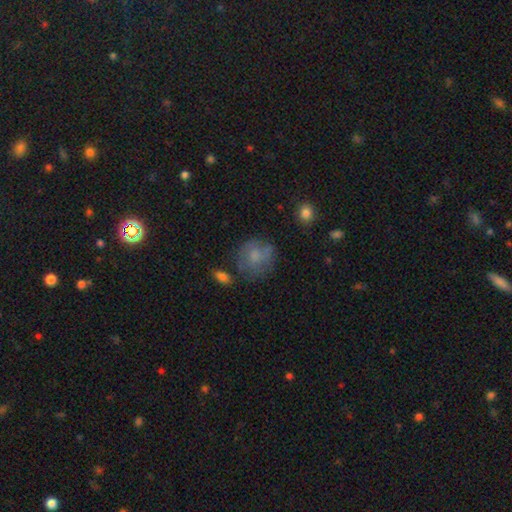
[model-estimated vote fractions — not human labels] Smooth or featured?
  - smooth: 61% *
  - featured or disk: 29%
  - star or artifact: 10%
How rounded?
  - round: 76% *
  - in between: 23%
  - cigar-shaped: 1%
Merging?
  - none: 58% *
  - minor disturbance: 24%
  - major disturbance: 14%
  - merger: 4%